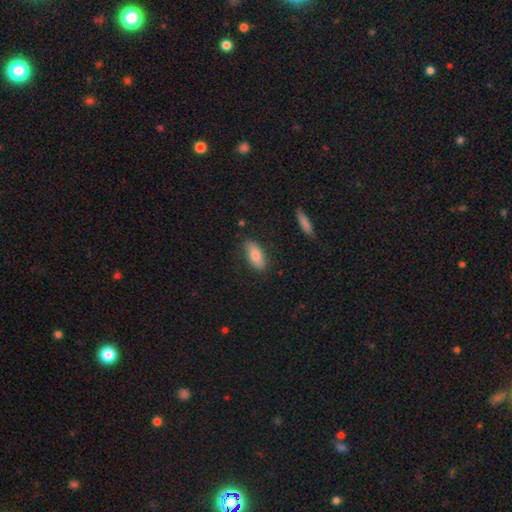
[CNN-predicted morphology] Smooth or featured? Predicted: smooth (p=0.78). How rounded? Predicted: in between (p=0.85). Merging? Predicted: none (p=0.80).